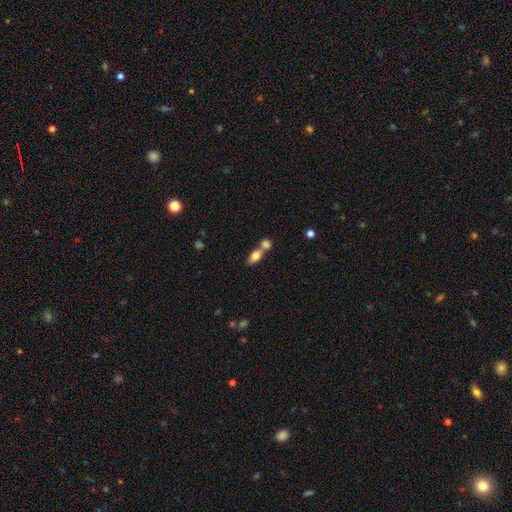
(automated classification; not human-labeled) Overall: smooth (77%). How rounded: in between (79%). Merging: merger (54%; none 35%).